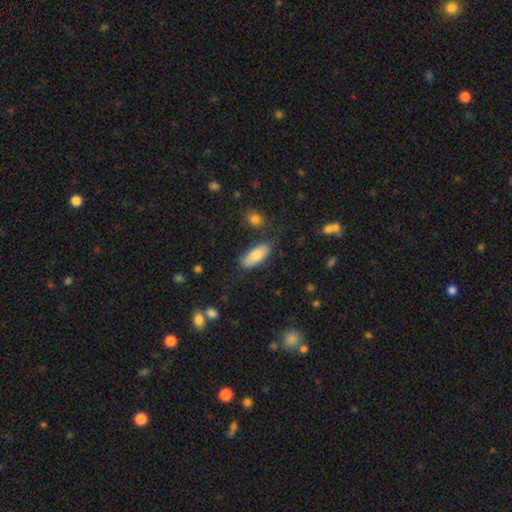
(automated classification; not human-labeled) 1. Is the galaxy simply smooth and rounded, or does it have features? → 78% smooth, 16% featured or disk, 6% star or artifact.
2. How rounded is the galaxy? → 77% in between, 20% cigar-shaped, 2% round.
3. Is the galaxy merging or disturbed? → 75% none, 16% minor disturbance, 4% major disturbance, 4% merger.